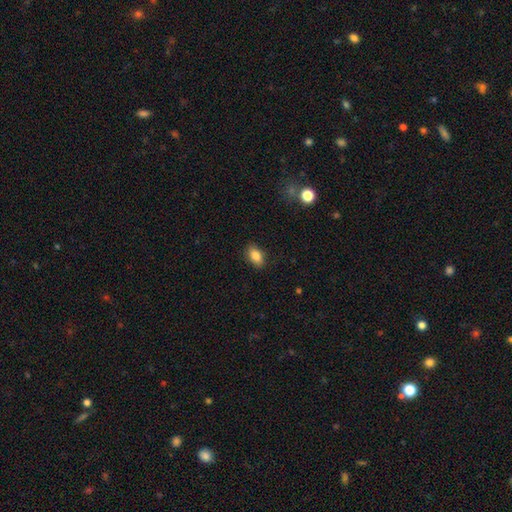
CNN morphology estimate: Smooth or featured: smooth — 85% (star or artifact — 8%)
How rounded: in between — 90% (round — 7%)
Merging: none — 87% (minor disturbance — 10%)